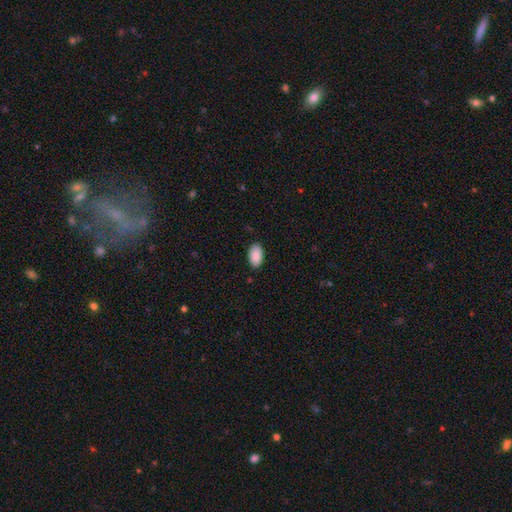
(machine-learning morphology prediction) This appears to be a smooth galaxy with no disk features (90%) that is in between round and cigar-shaped (95%). Merging: none (87%).